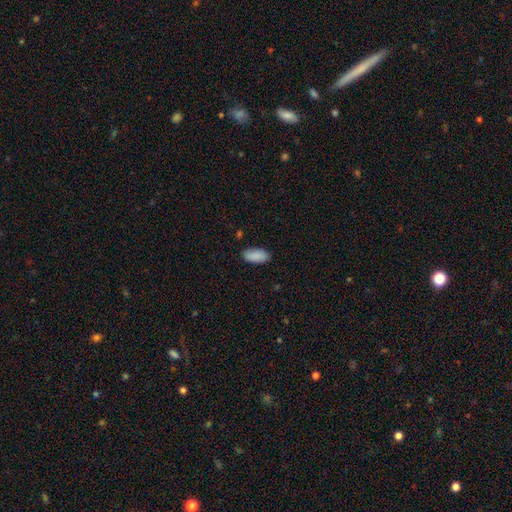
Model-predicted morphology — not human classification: smooth-or-featured: smooth: 89% | star or artifact: 7% | featured or disk: 4%
  how-rounded: in between: 92% | cigar-shaped: 6% | round: 2%
  merging: none: 85% | minor disturbance: 11% | major disturbance: 2% | merger: 1%